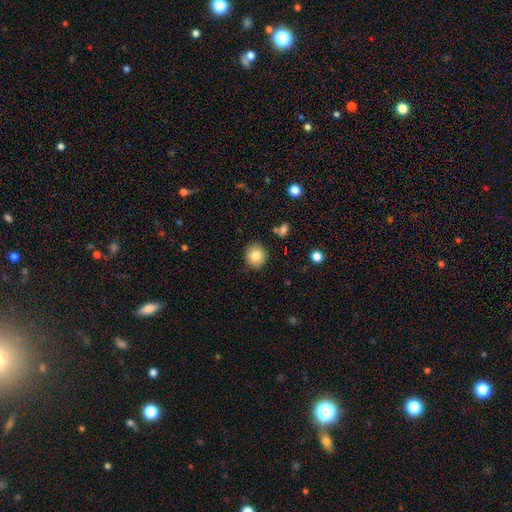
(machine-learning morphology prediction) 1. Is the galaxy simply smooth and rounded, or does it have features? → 81% smooth, 9% star or artifact, 9% featured or disk.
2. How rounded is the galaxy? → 88% round, 11% in between, 1% cigar-shaped.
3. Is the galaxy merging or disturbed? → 89% none, 7% minor disturbance, 2% major disturbance, 2% merger.